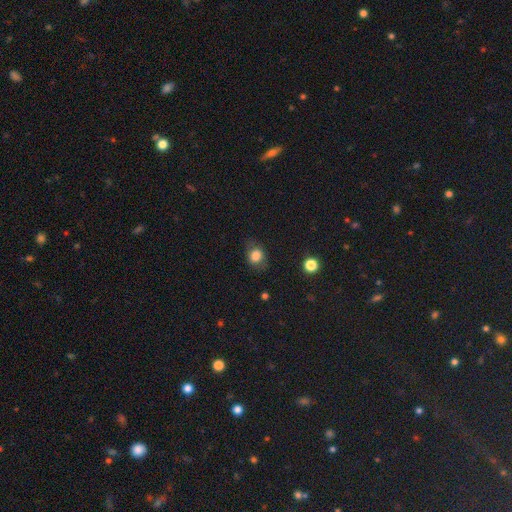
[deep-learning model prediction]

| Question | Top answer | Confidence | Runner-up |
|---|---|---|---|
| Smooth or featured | smooth | 80% | star or artifact (11%) |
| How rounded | round | 58% | in between (41%) |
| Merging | none | 71% | minor disturbance (20%) |